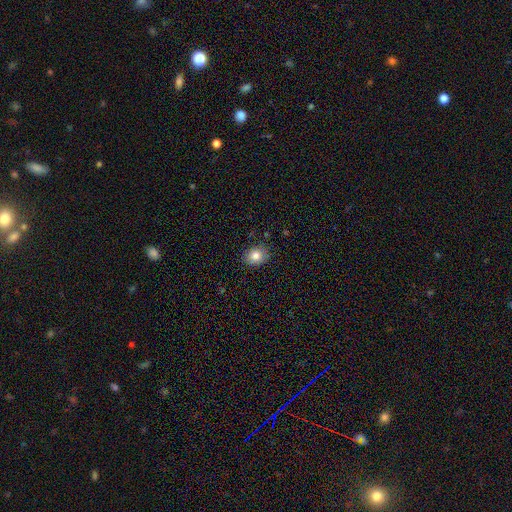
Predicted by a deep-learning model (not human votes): This is clearly a smooth galaxy (82%). How rounded: possibly in between (54%). Merging: clearly none (85%).